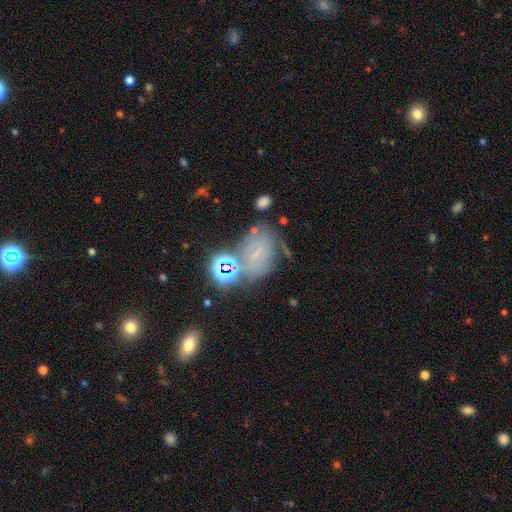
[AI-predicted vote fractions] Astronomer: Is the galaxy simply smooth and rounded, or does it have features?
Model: featured or disk — 44% (runner-up: smooth, 30%).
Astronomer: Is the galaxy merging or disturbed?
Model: none — 47% (runner-up: minor disturbance, 23%).